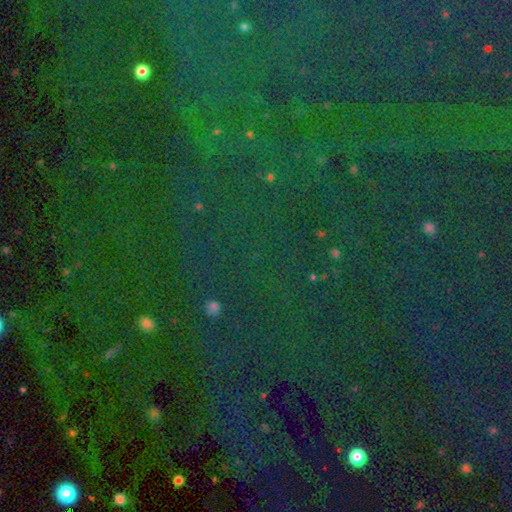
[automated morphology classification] The model was most divided on "smooth or featured": star or artifact: 80%, smooth: 12%, featured or disk: 8%.